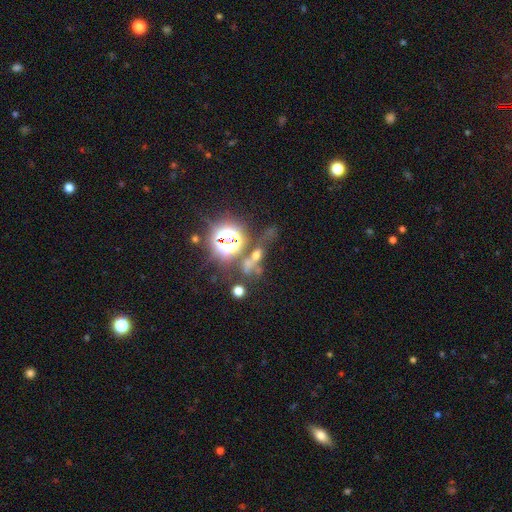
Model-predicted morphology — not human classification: Smooth or featured: star or artifact — 46% (smooth — 36%)